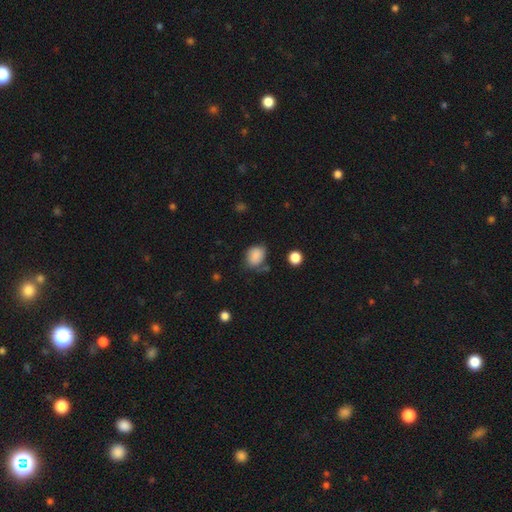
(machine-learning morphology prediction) smooth-or-featured: smooth: 85% | star or artifact: 10% | featured or disk: 6%
  how-rounded: in between: 59% | round: 40% | cigar-shaped: 1%
  merging: none: 58% | minor disturbance: 27% | major disturbance: 9% | merger: 6%